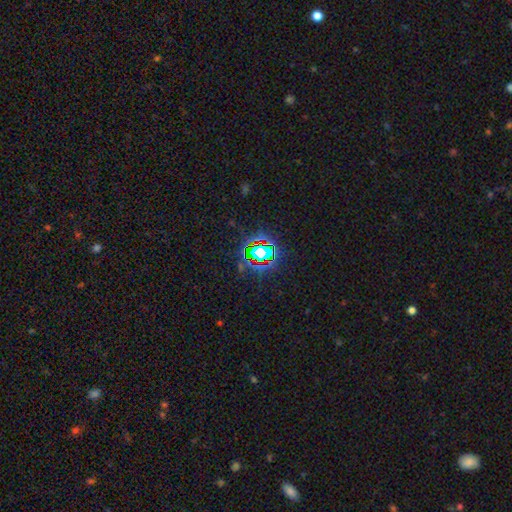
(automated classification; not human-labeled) Q: Smooth or featured?
A: star or artifact (75%); runner-up: smooth (14%)